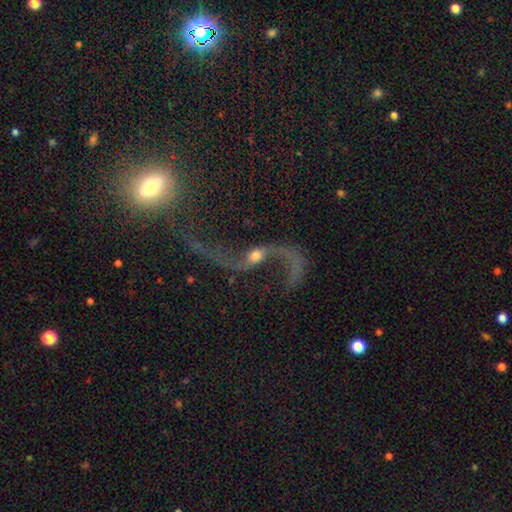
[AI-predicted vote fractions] Smooth or featured?
  - featured or disk: 85% *
  - smooth: 8%
  - star or artifact: 7%
Edge-on disk?
  - no: 91% *
  - yes: 9%
Bar?
  - no: 50% *
  - weak: 32%
  - strong: 18%
Spiral arms?
  - yes: 91% *
  - no: 9%
Spiral winding?
  - loose: 95% *
  - medium: 4%
  - tight: 2%
Spiral arm count?
  - 2: 92% *
  - 1: 4%
  - can't tell: 1%
  - 3: 1%
  - 4: 1%
  - more than 4: 1%
Bulge size?
  - moderate: 56% *
  - small: 23%
  - large: 14%
  - none: 4%
  - dominant: 3%
Merging?
  - none: 47% *
  - major disturbance: 29%
  - minor disturbance: 14%
  - merger: 11%